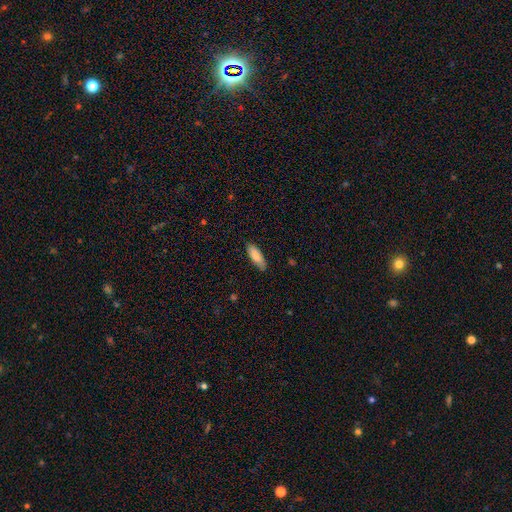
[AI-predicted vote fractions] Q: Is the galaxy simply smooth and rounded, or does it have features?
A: smooth — 84%.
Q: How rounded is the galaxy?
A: in between — 64%.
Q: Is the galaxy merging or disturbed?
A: none — 81%.